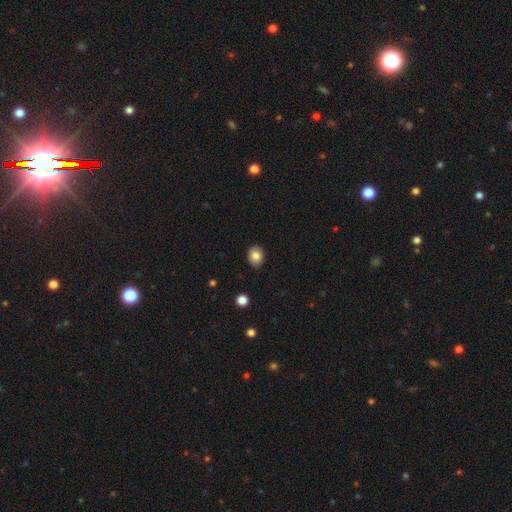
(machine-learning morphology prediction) The model was most divided on "how rounded": in between: 61%, round: 38%, cigar-shaped: 1%. More confident: merging — none (86%); smooth or featured — smooth (82%).